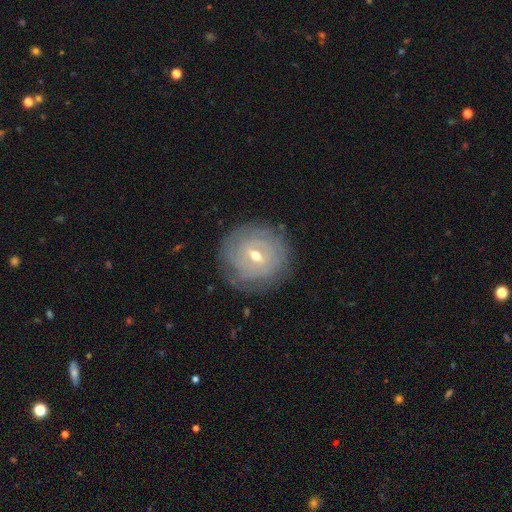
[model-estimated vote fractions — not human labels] This appears to be a featured or disk galaxy (70%) with a weak bar (51%), tight (81%) spiral arms (79%) and a moderate central bulge (53%). Merging: none (83%).